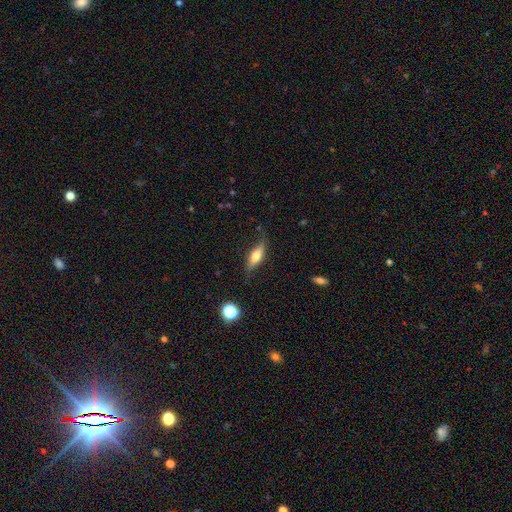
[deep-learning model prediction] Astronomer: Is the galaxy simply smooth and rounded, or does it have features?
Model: smooth — 59%.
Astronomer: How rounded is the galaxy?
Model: in between — 51% (runner-up: cigar-shaped, 46%).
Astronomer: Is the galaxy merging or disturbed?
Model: none — 79%.